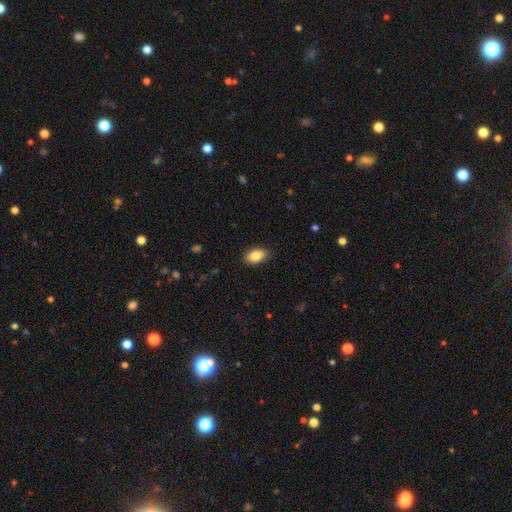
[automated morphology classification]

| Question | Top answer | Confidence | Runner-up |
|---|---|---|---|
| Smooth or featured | smooth | 86% | star or artifact (7%) |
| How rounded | in between | 92% | round (7%) |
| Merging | none | 87% | minor disturbance (10%) |